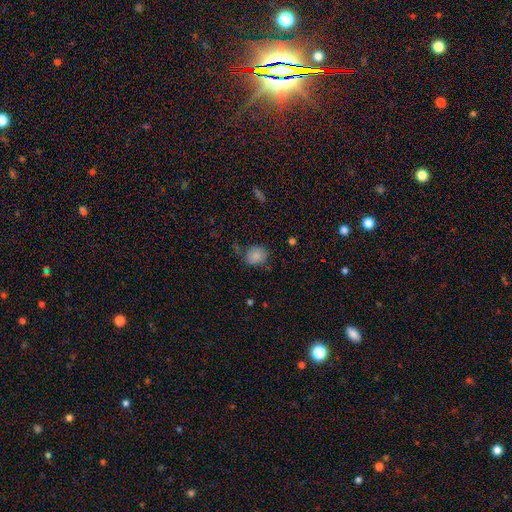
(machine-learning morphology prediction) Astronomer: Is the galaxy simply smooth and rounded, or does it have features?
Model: smooth — 80%.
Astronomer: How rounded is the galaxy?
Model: round — 65%.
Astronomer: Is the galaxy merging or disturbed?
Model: none — 60%.